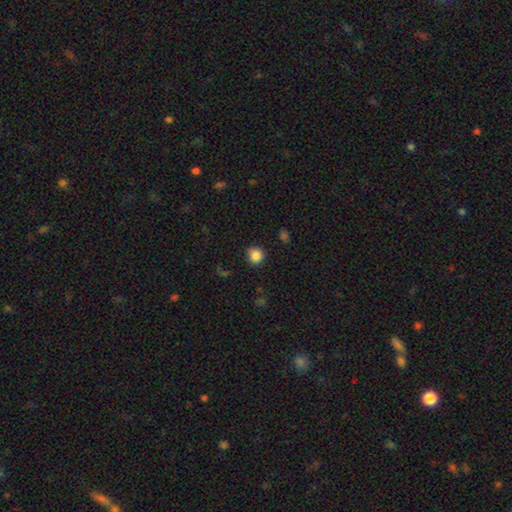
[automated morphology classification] The model was most divided on "merging": none: 84%, minor disturbance: 12%, major disturbance: 3%, merger: 2%. More confident: how rounded — round (89%); smooth or featured — smooth (85%).